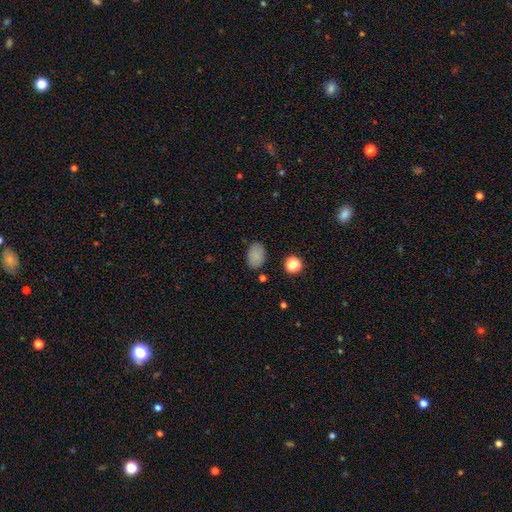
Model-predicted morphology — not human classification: smooth 85%, star or artifact 10%, featured or disk 5%. Down the decision tree: how rounded — in between (84%); merging — none (82%).